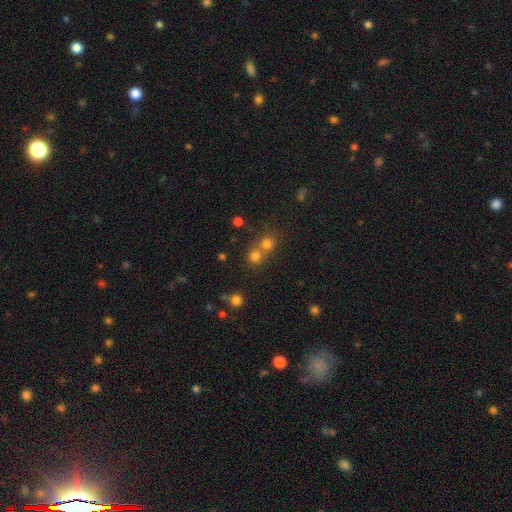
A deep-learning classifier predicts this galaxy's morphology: Q: Smooth or featured?
A: smooth (65%); runner-up: star or artifact (25%)
Q: How rounded?
A: round (88%); runner-up: in between (11%)
Q: Merging?
A: none (49%); runner-up: merger (44%)